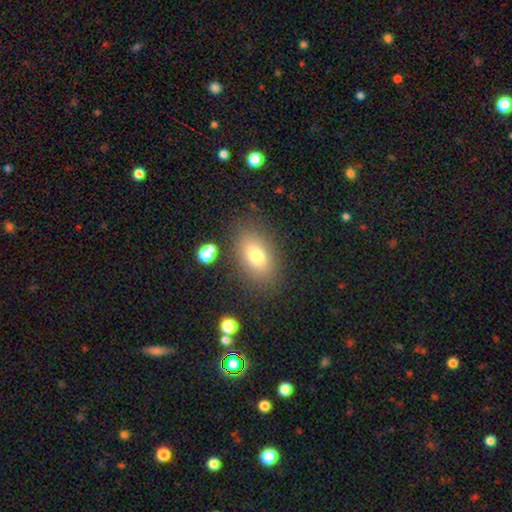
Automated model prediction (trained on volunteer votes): smooth-or-featured: smooth: 75% | featured or disk: 14% | star or artifact: 11%
  how-rounded: in between: 86% | round: 11% | cigar-shaped: 2%
  merging: none: 82% | minor disturbance: 11% | major disturbance: 4% | merger: 2%